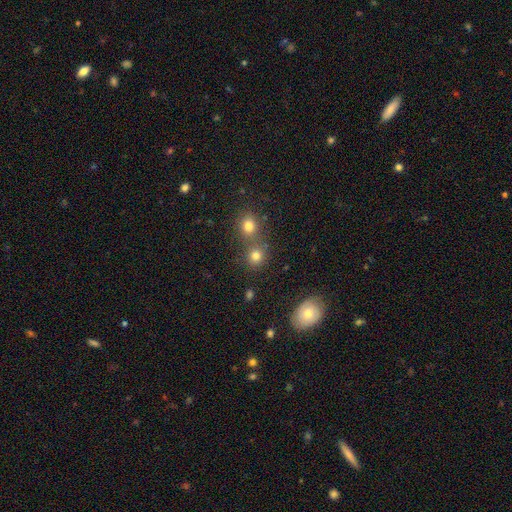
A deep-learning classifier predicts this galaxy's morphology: smooth 77%, star or artifact 15%, featured or disk 8%. Down the decision tree: how rounded — round (84%); merging — none (59%).